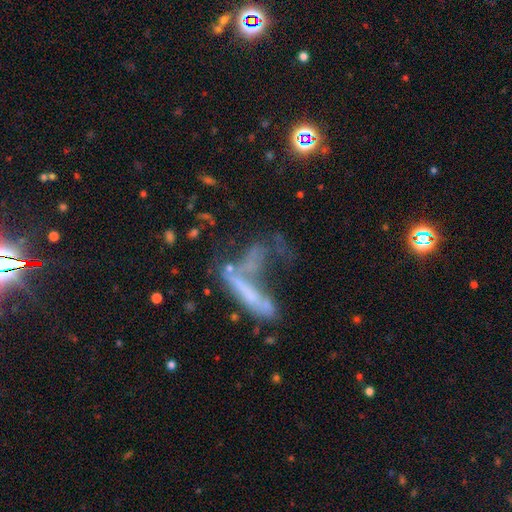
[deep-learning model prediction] A featured or disk galaxy (44%).

Vote fractions:
- Smooth or featured? featured or disk: 44% / smooth: 38% / star or artifact: 18%
- Merging? merger: 34% / major disturbance: 33% / none: 21% / minor disturbance: 13%